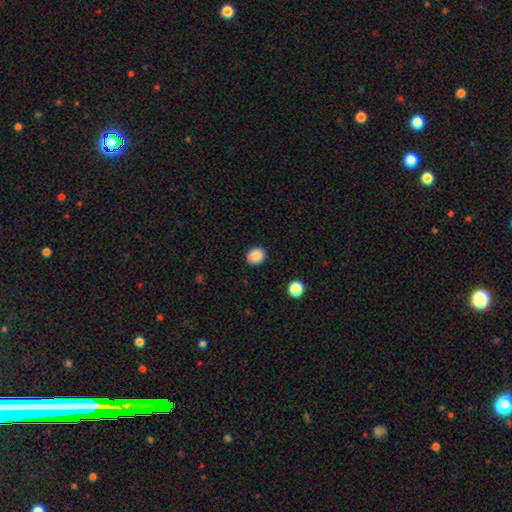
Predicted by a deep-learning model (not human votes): smooth-or-featured: smooth: 87% | star or artifact: 9% | featured or disk: 3%
  how-rounded: round: 67% | in between: 32% | cigar-shaped: 1%
  merging: none: 86% | minor disturbance: 10% | major disturbance: 2% | merger: 1%